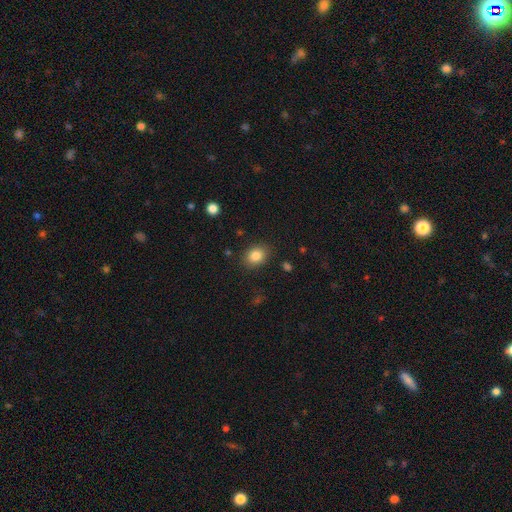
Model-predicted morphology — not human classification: Q: Smooth or featured?
A: smooth (84%); runner-up: star or artifact (10%)
Q: How rounded?
A: in between (56%); runner-up: round (43%)
Q: Merging?
A: none (86%); runner-up: minor disturbance (10%)